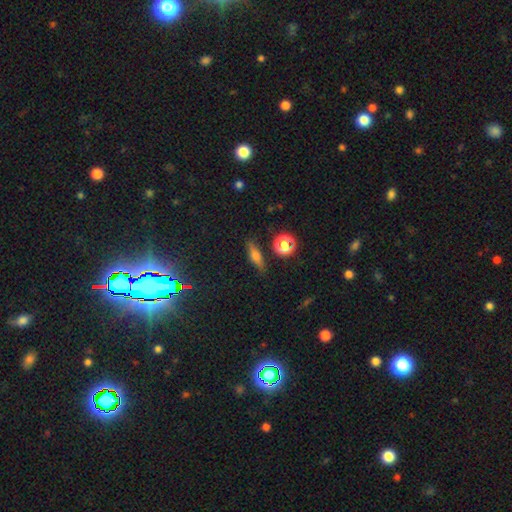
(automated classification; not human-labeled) The model was most divided on "how rounded": cigar-shaped: 55%, in between: 33%, round: 12%. More confident: merging — none (83%); smooth or featured — smooth (56%).